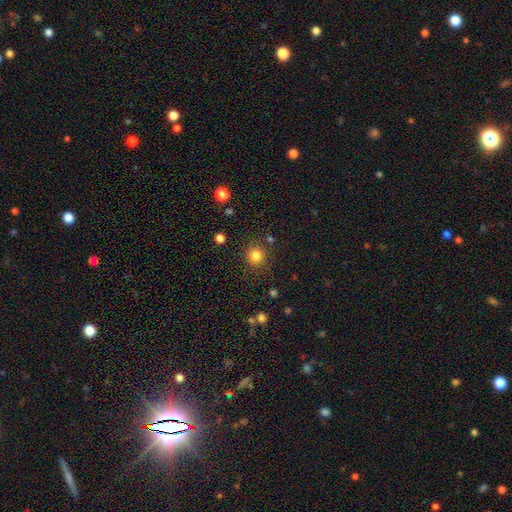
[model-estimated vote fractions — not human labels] Smooth or featured? Predicted: smooth (p=0.83). How rounded? Predicted: round (p=0.92). Merging? Predicted: none (p=0.86).